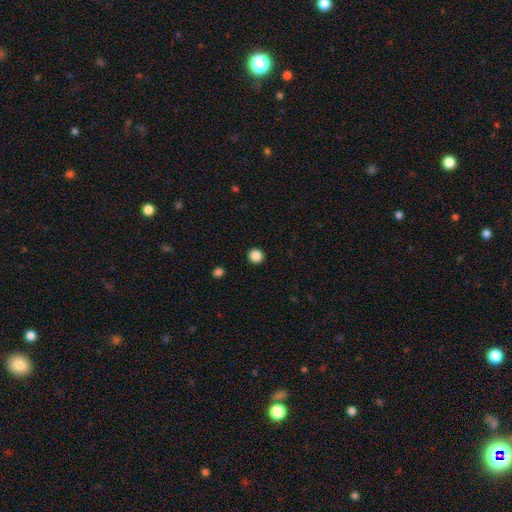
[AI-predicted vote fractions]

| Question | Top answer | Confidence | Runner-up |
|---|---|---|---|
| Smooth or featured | smooth | 87% | star or artifact (10%) |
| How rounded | round | 95% | in between (4%) |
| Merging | none | 94% | minor disturbance (4%) |